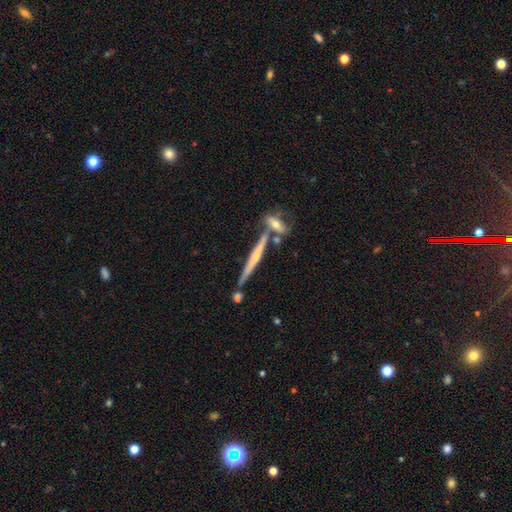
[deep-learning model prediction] Smooth or featured? Predicted: featured or disk (p=0.64). Edge-on disk? Predicted: yes (p=0.92). Edge-on bulge? Predicted: rounded (p=0.65). Merging? Predicted: none (p=0.65).